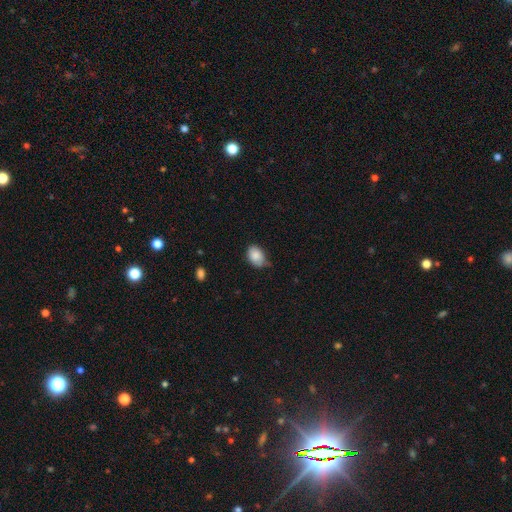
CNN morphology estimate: Smooth or featured? smooth (86%)
How rounded? in between (77%)
Merging? none (57%)